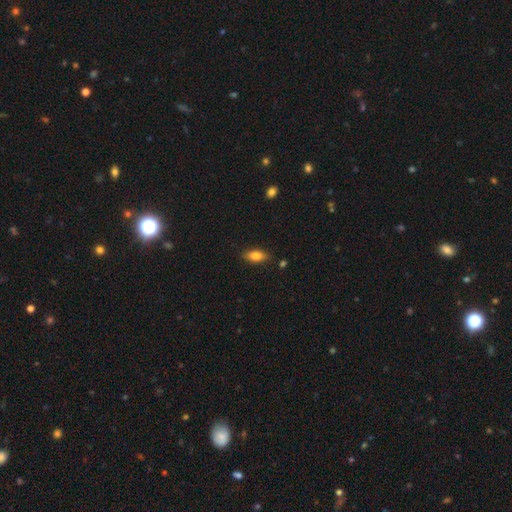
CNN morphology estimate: This is clearly a smooth galaxy (82%). How rounded: clearly in between (84%). Merging: clearly none (83%).